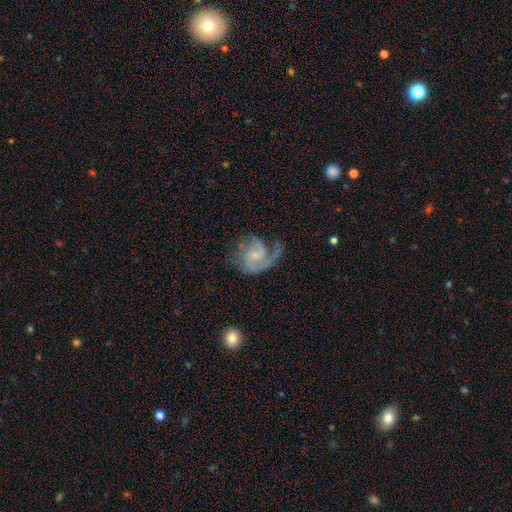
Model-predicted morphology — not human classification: A featured or disk galaxy (79%) with no bar (56%), 1 (49%) medium (45%) spiral arms (93%) and a small central bulge (45%). Merging: none (45%).